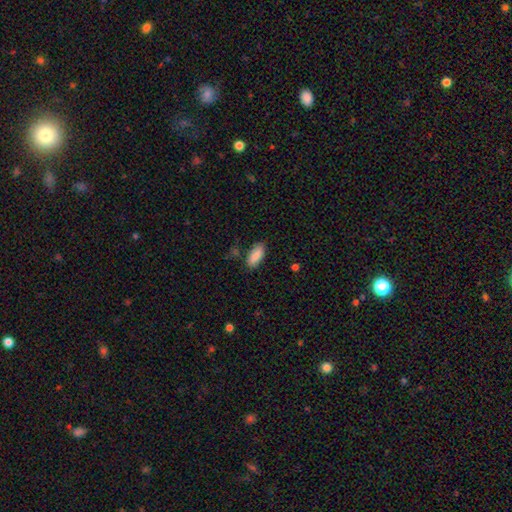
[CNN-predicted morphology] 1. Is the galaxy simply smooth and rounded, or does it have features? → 88% smooth, 6% star or artifact, 6% featured or disk.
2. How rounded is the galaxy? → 87% in between, 12% cigar-shaped, 2% round.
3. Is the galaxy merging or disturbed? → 82% none, 13% minor disturbance, 3% major disturbance, 3% merger.